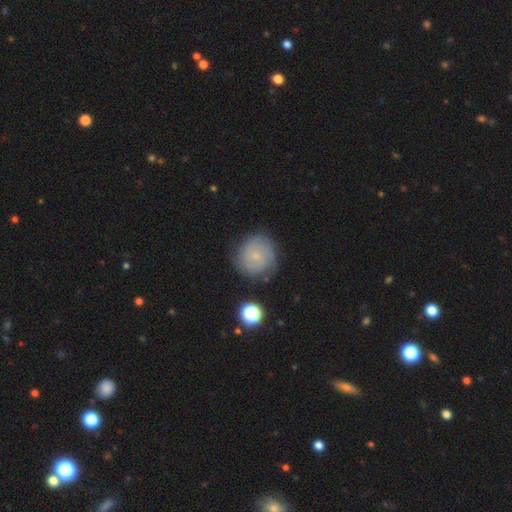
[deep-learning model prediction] featured or disk 48%, smooth 40%, star or artifact 11%. Down the decision tree: merging — none (76%).